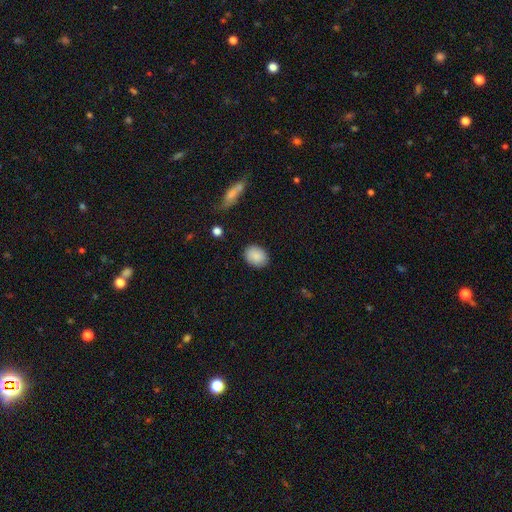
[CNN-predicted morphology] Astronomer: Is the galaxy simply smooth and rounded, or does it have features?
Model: smooth — 88%.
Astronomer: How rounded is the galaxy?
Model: in between — 67%.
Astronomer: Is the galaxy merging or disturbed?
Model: none — 86%.